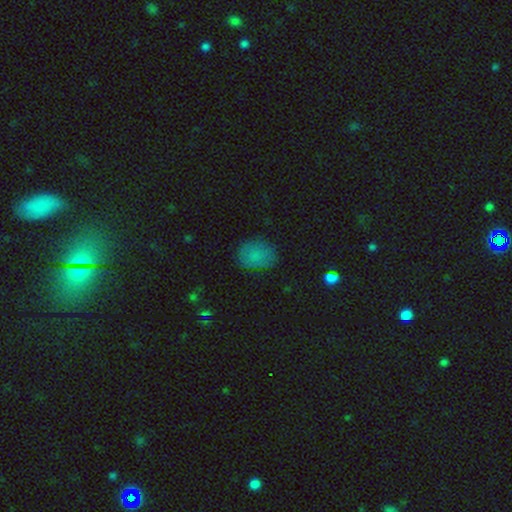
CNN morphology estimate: Smooth or featured? Predicted: smooth (p=0.80). How rounded? Predicted: in between (p=0.54). Merging? Predicted: none (p=0.76).